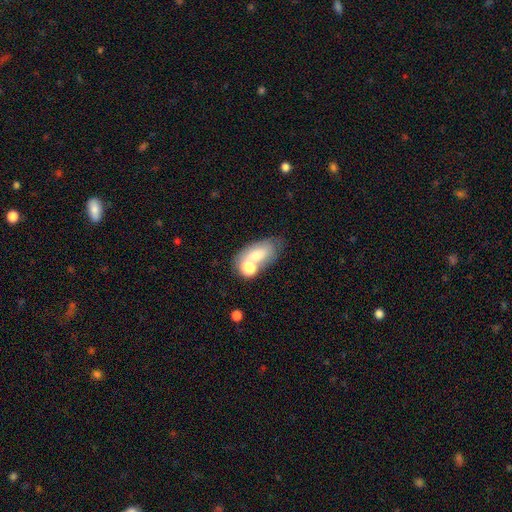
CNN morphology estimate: Q: Smooth or featured?
A: smooth (66%); runner-up: featured or disk (24%)
Q: How rounded?
A: in between (83%); runner-up: round (12%)
Q: Merging?
A: none (39%); runner-up: merger (37%)